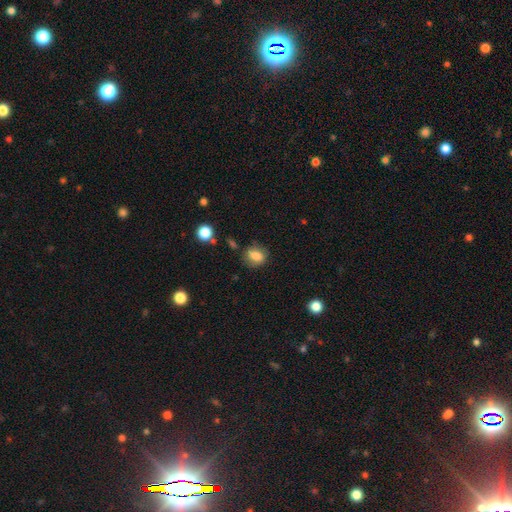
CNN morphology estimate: A smooth galaxy with no disk features (79%) that is round (53%).

Vote fractions:
- Smooth or featured? smooth: 79% / featured or disk: 12% / star or artifact: 10%
- How rounded? round: 53% / in between: 46% / cigar-shaped: 1%
- Merging? none: 75% / minor disturbance: 17% / major disturbance: 5% / merger: 3%